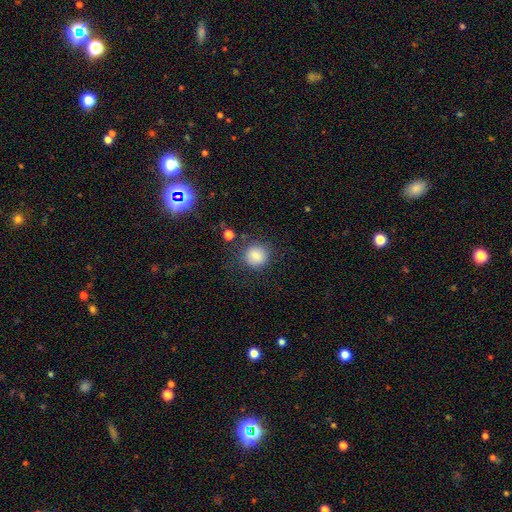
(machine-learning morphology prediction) This is clearly a smooth galaxy (82%). How rounded: clearly round (90%). Merging: likely none (79%).